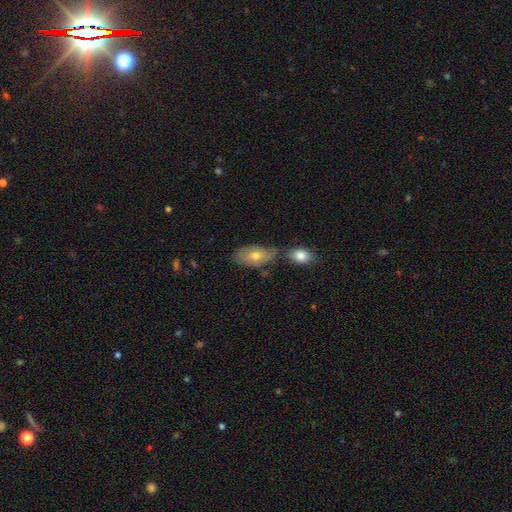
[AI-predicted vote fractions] This is likely a smooth galaxy (65%). How rounded: clearly in between (90%). Merging: possibly none (51%).